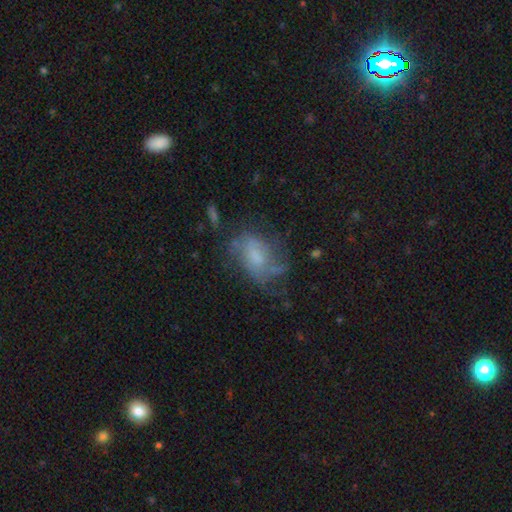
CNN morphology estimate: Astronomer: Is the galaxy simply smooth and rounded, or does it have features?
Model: featured or disk — 50% (runner-up: smooth, 38%).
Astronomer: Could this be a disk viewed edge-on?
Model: no — 96%.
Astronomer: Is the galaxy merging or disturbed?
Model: none — 44% (runner-up: major disturbance, 27%).